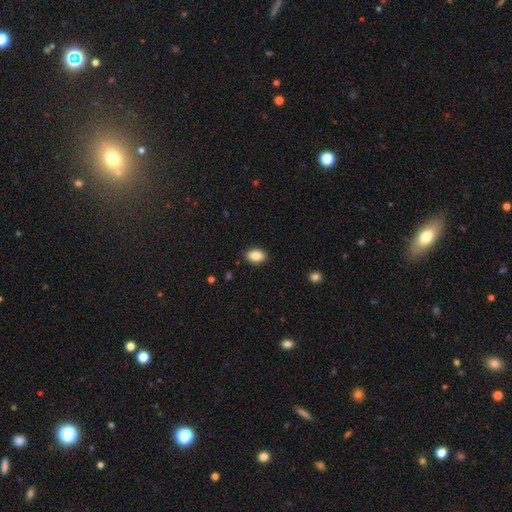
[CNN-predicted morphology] Smooth or featured? smooth (86%)
How rounded? in between (83%)
Merging? none (89%)